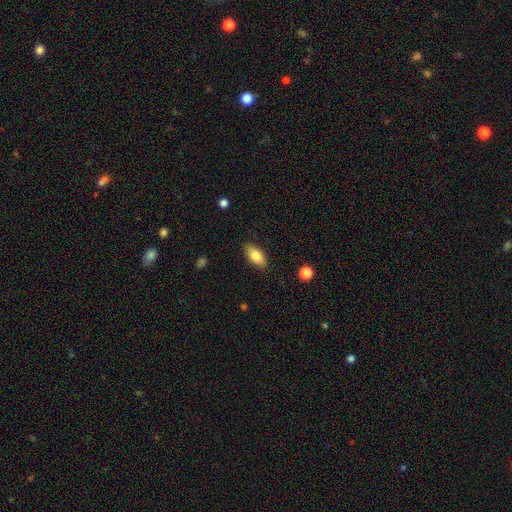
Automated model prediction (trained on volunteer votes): The model was most divided on "smooth or featured": smooth: 80%, featured or disk: 14%, star or artifact: 7%. More confident: how rounded — in between (87%); merging — none (87%).